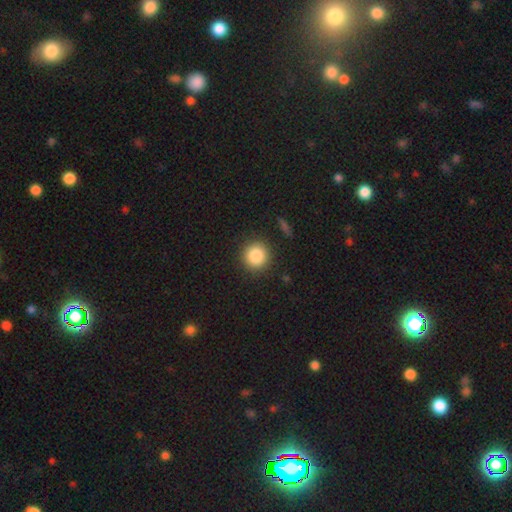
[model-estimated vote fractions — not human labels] Q: Smooth or featured?
A: smooth (86%); runner-up: star or artifact (9%)
Q: How rounded?
A: round (93%); runner-up: in between (6%)
Q: Merging?
A: none (90%); runner-up: minor disturbance (6%)